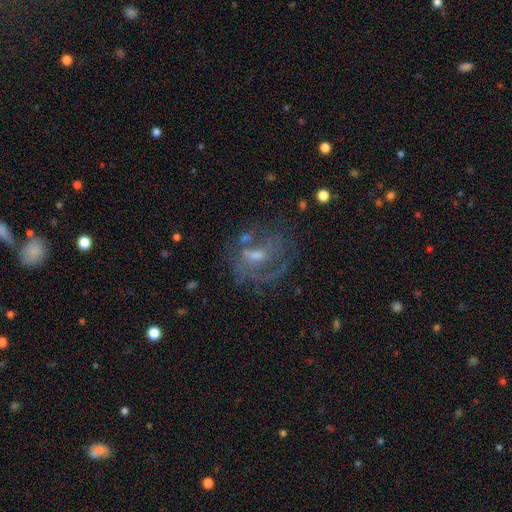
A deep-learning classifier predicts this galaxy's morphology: Smooth or featured: featured or disk — 71% (smooth — 18%)
Edge-on disk: no — 96% (yes — 4%)
Bar: weak — 47% (no — 40%)
Spiral arms: yes — 64% (no — 36%)
Bulge size: moderate — 47% (small — 39%)
Merging: none — 49% (major disturbance — 24%)